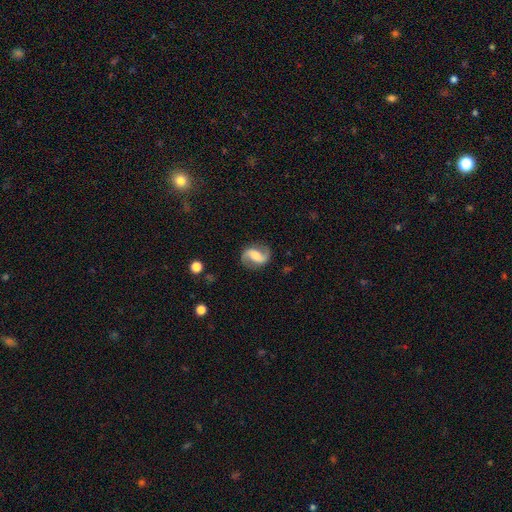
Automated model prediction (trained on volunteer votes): This appears to be a featured or disk galaxy (81%) with a weak bar (39%), 2 (93%) loose (57%) spiral arms (95%) and a moderate central bulge (52%). Merging: none (83%).